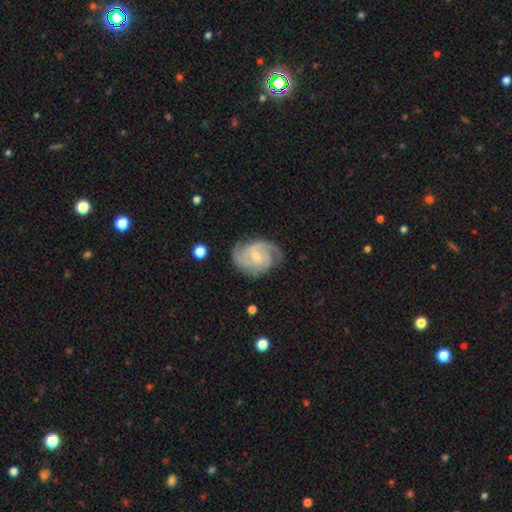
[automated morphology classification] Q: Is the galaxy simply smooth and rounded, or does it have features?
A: featured or disk — 87%.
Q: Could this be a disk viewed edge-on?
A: no — 98%.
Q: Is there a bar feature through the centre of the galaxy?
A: weak — 51%.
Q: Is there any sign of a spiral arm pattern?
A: yes — 97%.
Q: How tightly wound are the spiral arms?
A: tight — 50%.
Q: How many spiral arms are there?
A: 3 — 36%.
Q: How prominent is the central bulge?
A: small — 63%.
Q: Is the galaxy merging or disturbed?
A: none — 74%.